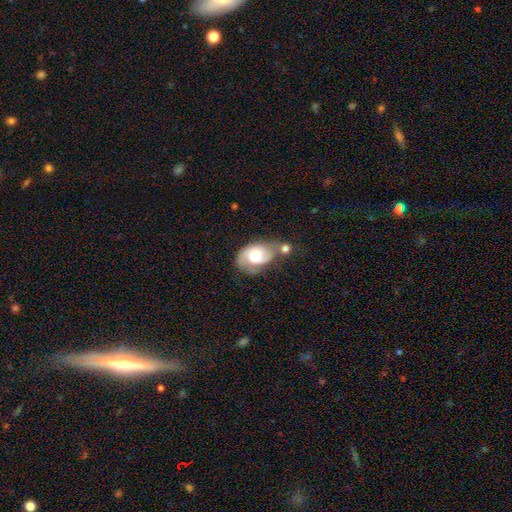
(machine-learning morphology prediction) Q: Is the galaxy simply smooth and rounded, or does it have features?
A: featured or disk — 53%.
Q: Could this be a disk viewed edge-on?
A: no — 96%.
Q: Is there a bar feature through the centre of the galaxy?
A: no — 66%.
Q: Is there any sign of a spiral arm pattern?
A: yes — 81%.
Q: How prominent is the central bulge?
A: moderate — 46%.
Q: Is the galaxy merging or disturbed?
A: none — 30%.